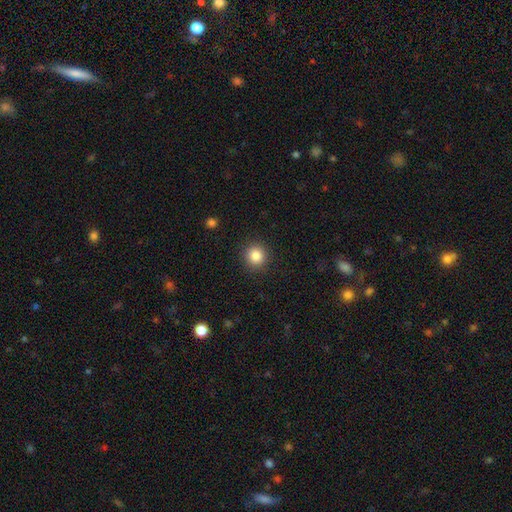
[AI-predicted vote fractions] smooth_or_featured: smooth (p=0.85) [alt: star or artifact p=0.10]
how_rounded: round (p=0.93) [alt: in between p=0.06]
merging: none (p=0.91) [alt: minor disturbance p=0.06]